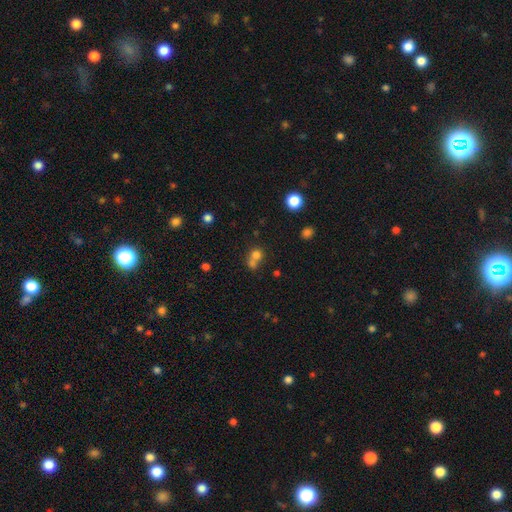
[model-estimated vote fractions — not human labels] Smooth or featured? smooth (73%)
How rounded? round (78%)
Merging? merger (53%)